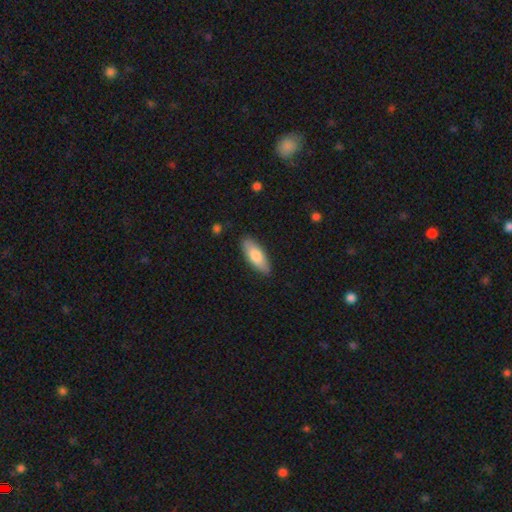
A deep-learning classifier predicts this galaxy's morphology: Smooth or featured?
  - smooth: 78% *
  - featured or disk: 17%
  - star or artifact: 5%
How rounded?
  - in between: 72% *
  - cigar-shaped: 27%
  - round: 2%
Merging?
  - none: 86% *
  - minor disturbance: 10%
  - major disturbance: 2%
  - merger: 1%